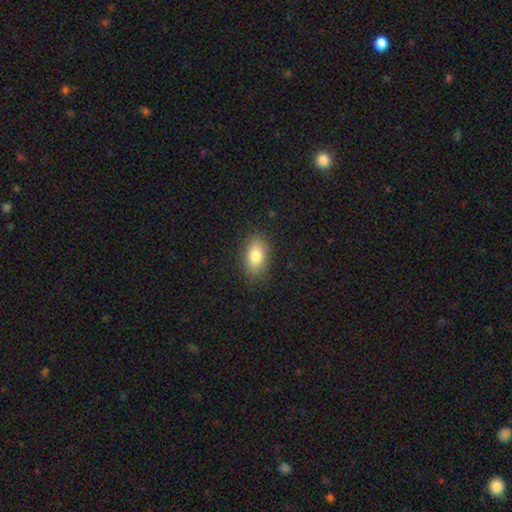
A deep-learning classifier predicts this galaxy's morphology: The model was most divided on "smooth or featured": smooth: 82%, featured or disk: 10%, star or artifact: 8%. More confident: how rounded — in between (89%); merging — none (86%).